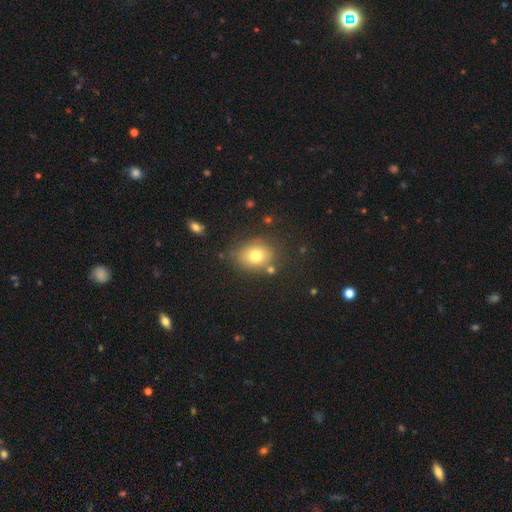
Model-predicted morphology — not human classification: A smooth galaxy with no disk features (76%) that is round (59%). Merging: none (74%).